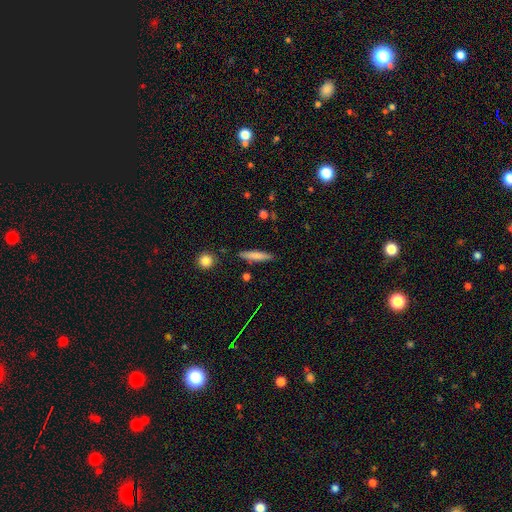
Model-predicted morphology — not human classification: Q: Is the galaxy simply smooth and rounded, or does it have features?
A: smooth — 73%.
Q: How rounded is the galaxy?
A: cigar-shaped — 88%.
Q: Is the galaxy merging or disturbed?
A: none — 86%.